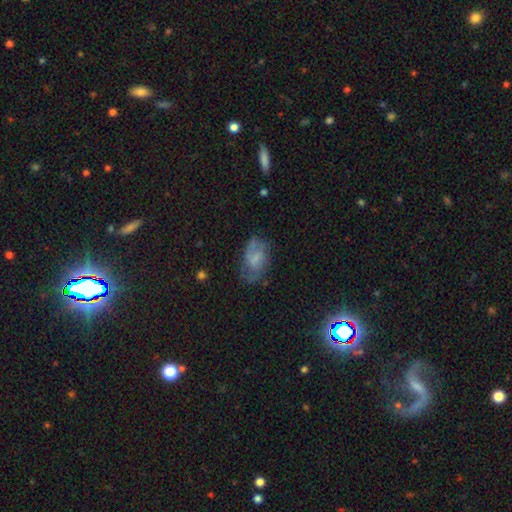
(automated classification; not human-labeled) The model was most divided on "smooth or featured": smooth: 45%, featured or disk: 43%, star or artifact: 12%. Remaining: merging — none (49%).